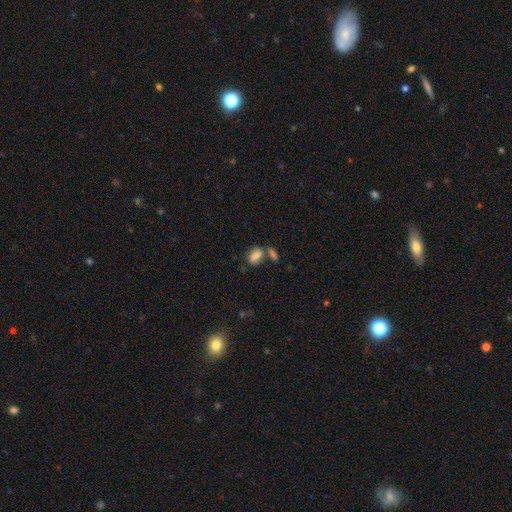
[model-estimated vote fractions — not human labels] smooth 79%, featured or disk 11%, star or artifact 10%. Down the decision tree: how rounded — in between (86%); merging — none (47%).